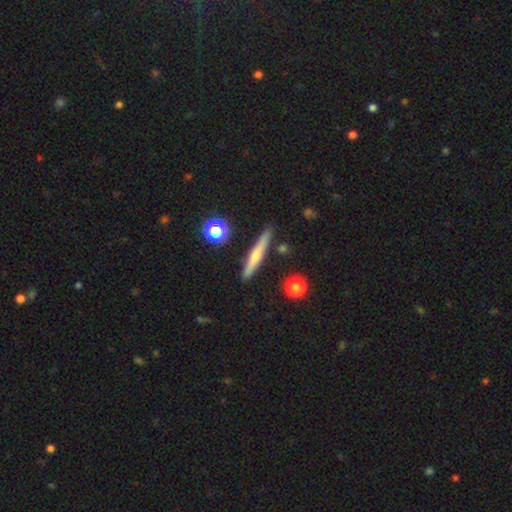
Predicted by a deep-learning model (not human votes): The model was most divided on "smooth or featured": smooth: 51%, featured or disk: 41%, star or artifact: 8%. More confident: how rounded — cigar-shaped (93%); merging — none (87%).